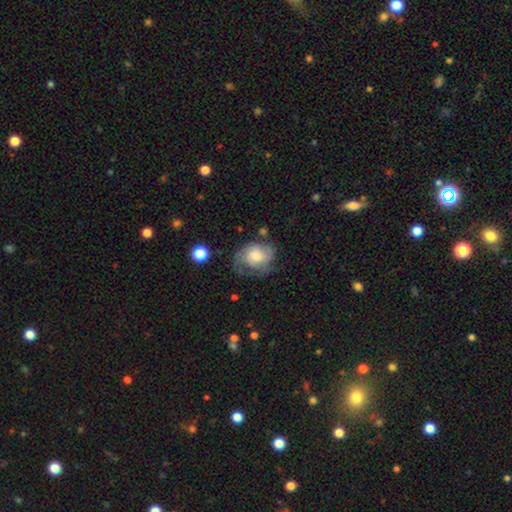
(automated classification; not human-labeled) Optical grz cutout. It shows a featured or disk galaxy (54%) with no bar (74%), spiral arms (81%) and a moderate central bulge (47%). Merging: none (52%).